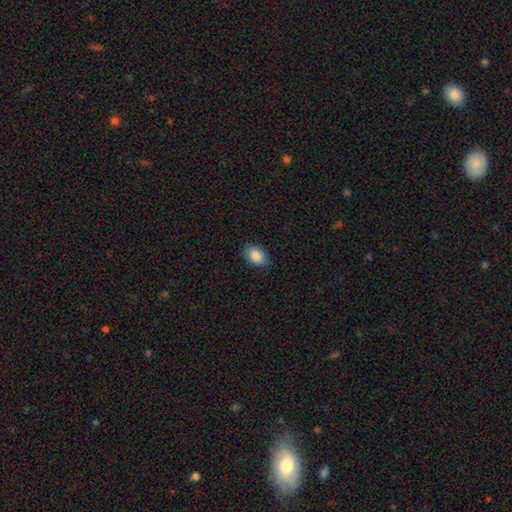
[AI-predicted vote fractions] Morphology: type=smooth (87%); roundness=in between (87%); merging=none (84%).